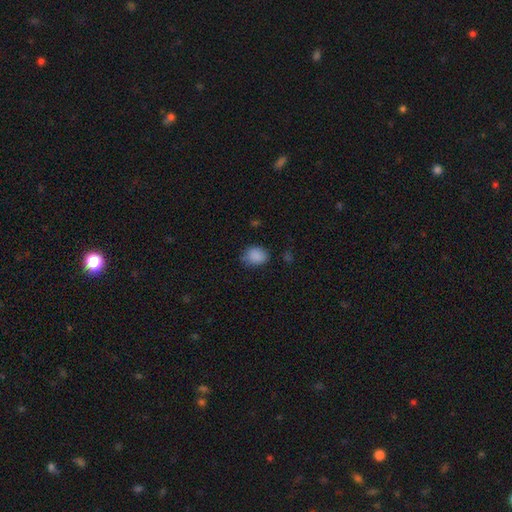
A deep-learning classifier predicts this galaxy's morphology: smooth-or-featured: smooth: 86% | star or artifact: 9% | featured or disk: 5%
  how-rounded: round: 50% | in between: 49% | cigar-shaped: 1%
  merging: none: 69% | minor disturbance: 24% | major disturbance: 5% | merger: 2%